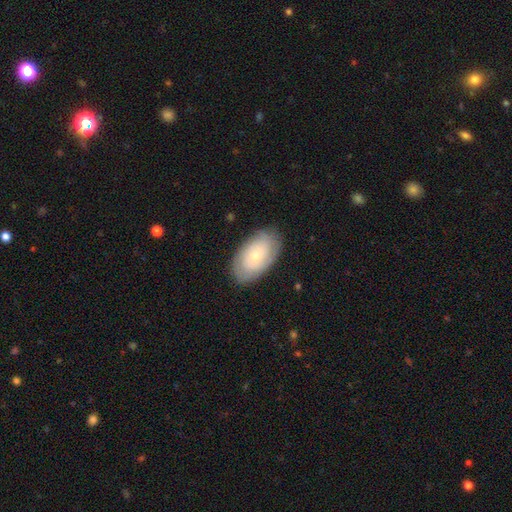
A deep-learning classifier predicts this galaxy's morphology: Smooth or featured? featured or disk (48%)
Merging? none (82%)